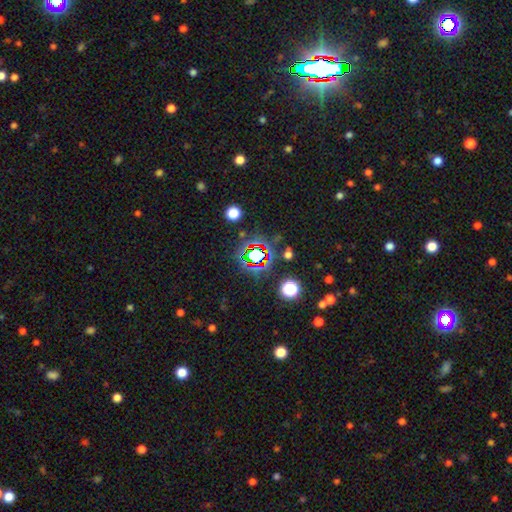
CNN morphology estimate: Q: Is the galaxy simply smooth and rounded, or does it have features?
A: star or artifact — 69%.